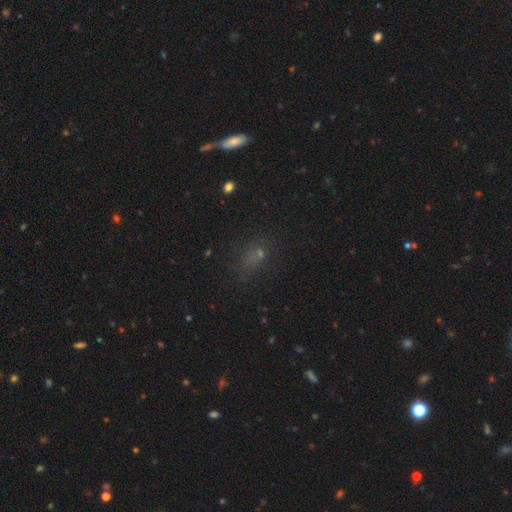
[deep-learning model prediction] smooth_or_featured: smooth (p=0.54) [alt: star or artifact p=0.34]
how_rounded: in between (p=0.59) [alt: round p=0.35]
merging: none (p=0.62) [alt: minor disturbance p=0.19]